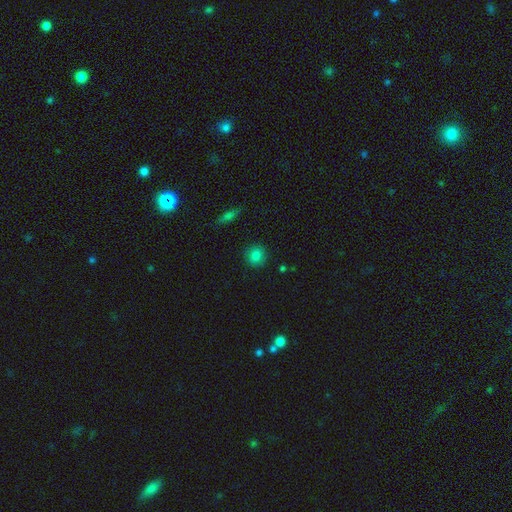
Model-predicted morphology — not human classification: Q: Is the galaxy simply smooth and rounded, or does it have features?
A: smooth — 82%.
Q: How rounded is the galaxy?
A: round — 90%.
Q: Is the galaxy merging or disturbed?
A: none — 90%.